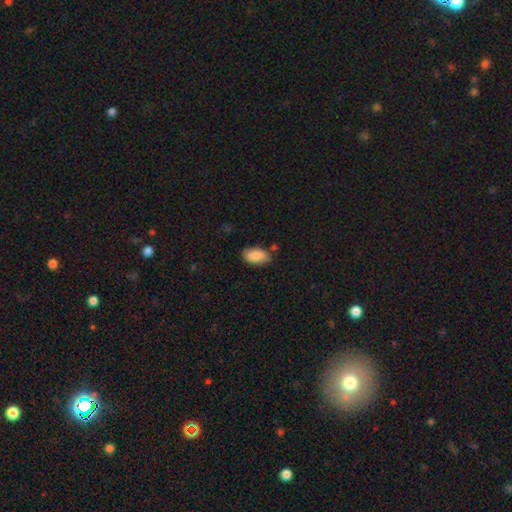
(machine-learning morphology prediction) Smooth or featured? smooth (87%)
How rounded? in between (94%)
Merging? none (75%)